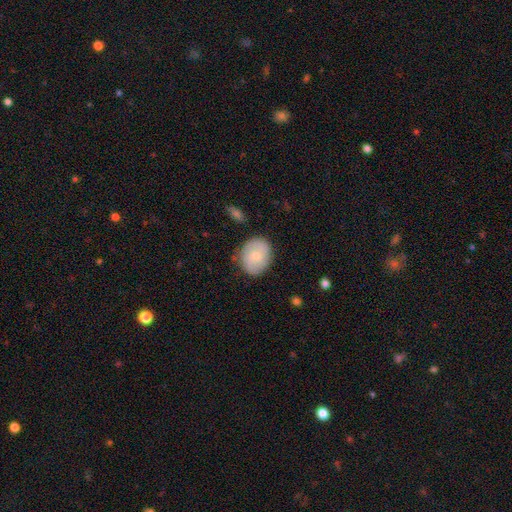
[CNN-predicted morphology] Overall: smooth (63%; featured or disk 31%). How rounded: round (58%; in between 41%). Merging: none (81%).